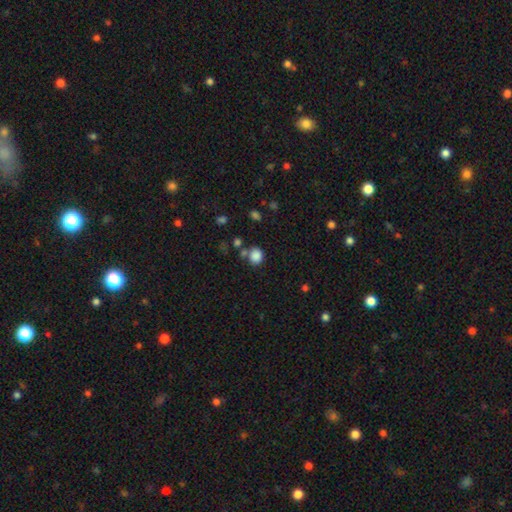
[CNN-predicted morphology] A smooth galaxy with no disk features (85%) that is round (74%). Merging: none (66%).